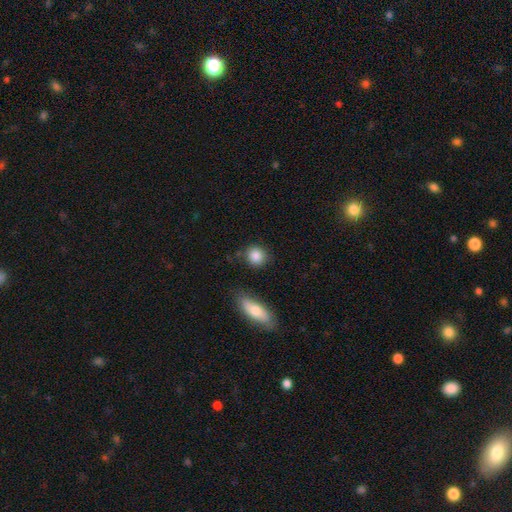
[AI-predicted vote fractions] smooth_or_featured: smooth (p=0.86) [alt: star or artifact p=0.08]
how_rounded: round (p=0.80) [alt: in between p=0.18]
merging: none (p=0.80) [alt: minor disturbance p=0.11]